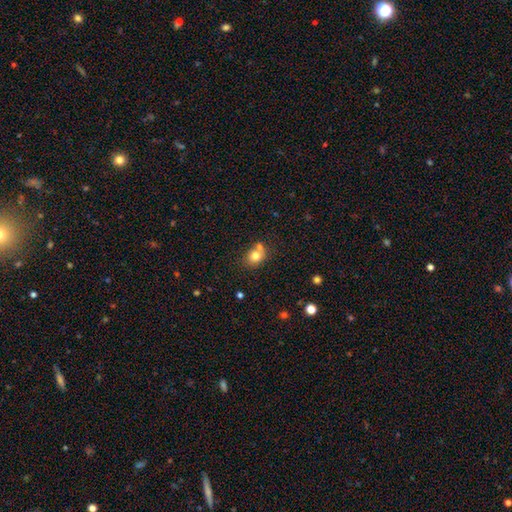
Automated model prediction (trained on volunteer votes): Overall: smooth (77%). How rounded: round (61%; in between 39%). Merging: none (49%; merger 34%).